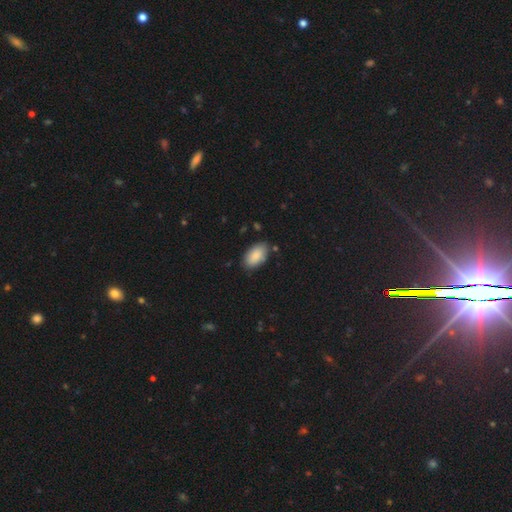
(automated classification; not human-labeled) A smooth galaxy with no disk features (89%) that is in between round and cigar-shaped (95%). Merging: none (81%).